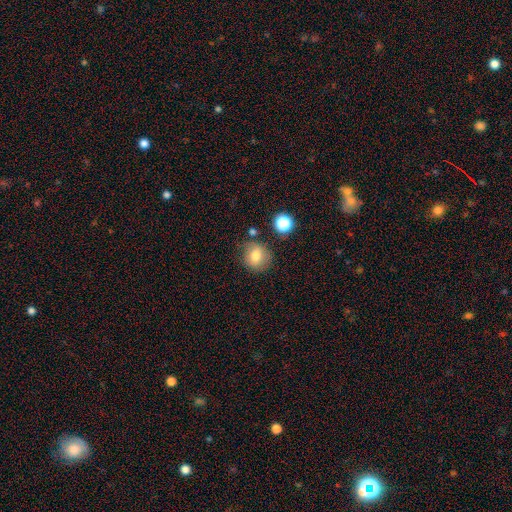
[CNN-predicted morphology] The model was most divided on "merging": none: 73%, minor disturbance: 17%, major disturbance: 5%, merger: 5%. More confident: how rounded — round (84%); smooth or featured — smooth (75%).